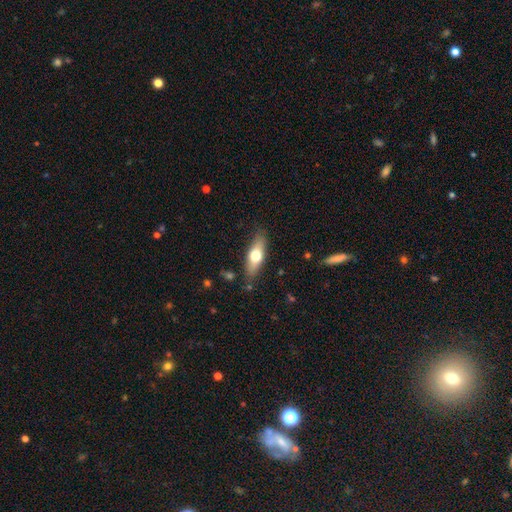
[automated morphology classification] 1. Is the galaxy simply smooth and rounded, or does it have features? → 58% smooth, 36% featured or disk, 6% star or artifact.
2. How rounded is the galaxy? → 56% in between, 41% cigar-shaped, 3% round.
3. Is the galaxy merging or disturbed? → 84% none, 12% minor disturbance, 3% major disturbance, 2% merger.